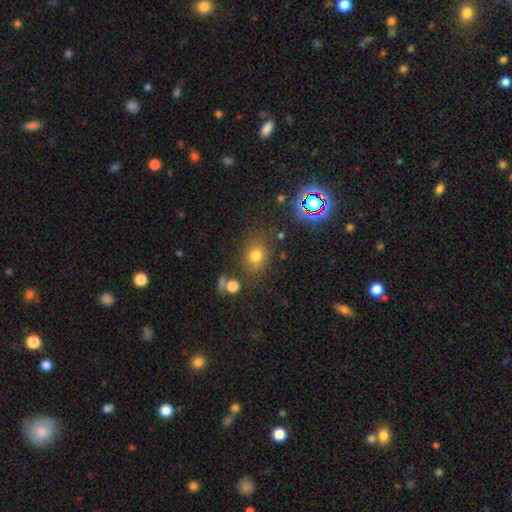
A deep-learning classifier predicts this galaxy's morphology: smooth 72%, star or artifact 18%, featured or disk 10%. Down the decision tree: how rounded — round (59%); merging — none (72%).